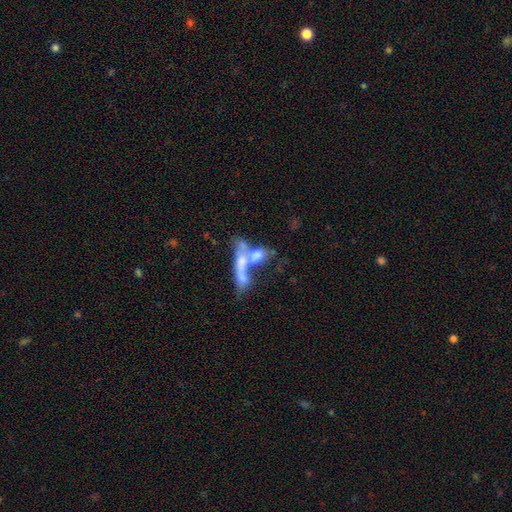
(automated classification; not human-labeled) Smooth or featured?
  - smooth: 51% *
  - featured or disk: 38%
  - star or artifact: 11%
How rounded?
  - in between: 56% *
  - cigar-shaped: 30%
  - round: 14%
Merging?
  - merger: 63% *
  - none: 17%
  - major disturbance: 12%
  - minor disturbance: 8%